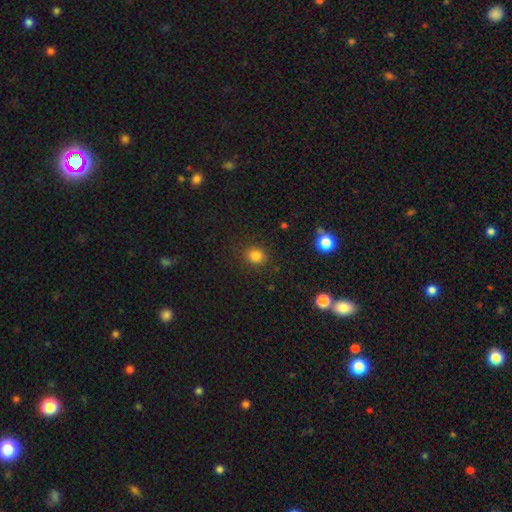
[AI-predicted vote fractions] smooth-or-featured: smooth: 81% | star or artifact: 14% | featured or disk: 5%
  how-rounded: round: 78% | in between: 21% | cigar-shaped: 1%
  merging: none: 88% | minor disturbance: 8% | major disturbance: 3% | merger: 1%